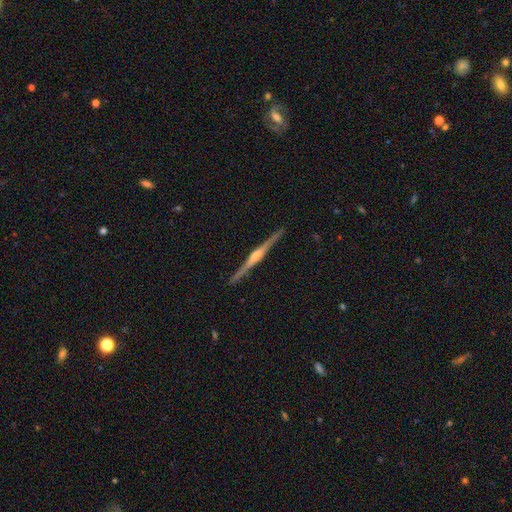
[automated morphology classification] type=featured or disk (84%); edge-on=yes (99%); edge-on bulge=rounded (75%); merging=none (92%).